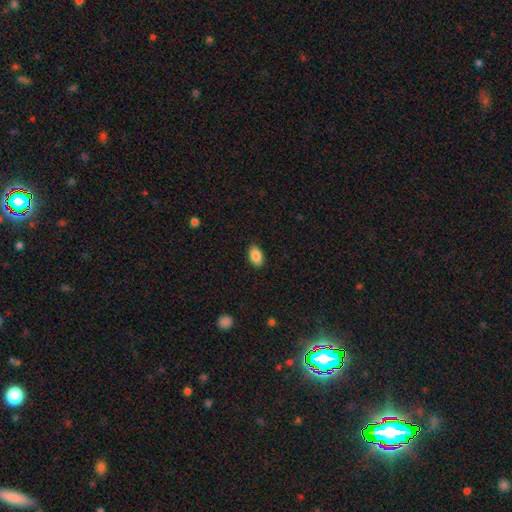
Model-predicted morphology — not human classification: This appears to be a smooth galaxy with no disk features (88%) that is in between round and cigar-shaped (92%). Merging: none (87%).